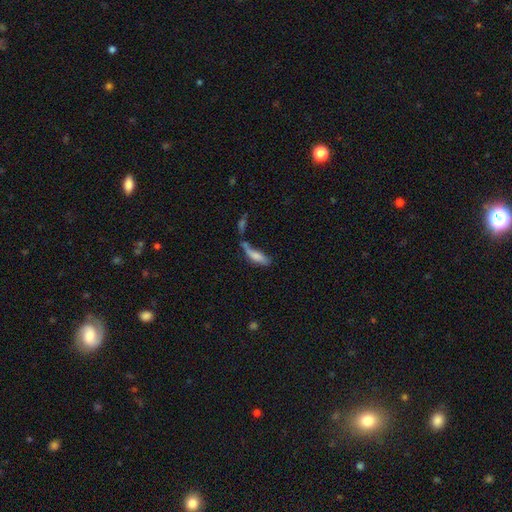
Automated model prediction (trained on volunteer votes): Overall: smooth (72%). How rounded: cigar-shaped (55%; in between 43%). Merging: none (33%, tied with merger).